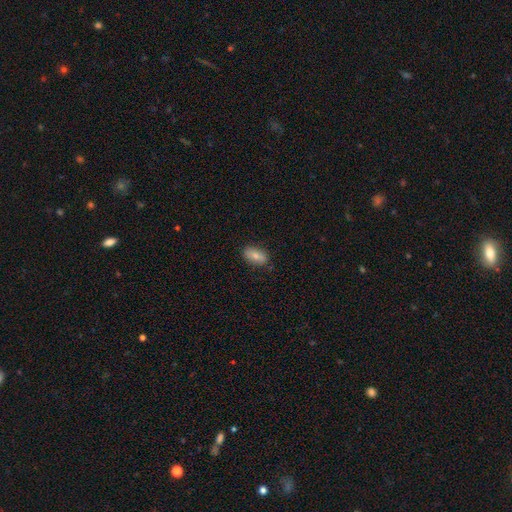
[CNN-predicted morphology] This appears to be a smooth galaxy with no disk features (76%) that is in between round and cigar-shaped (89%). Merging: none (84%).